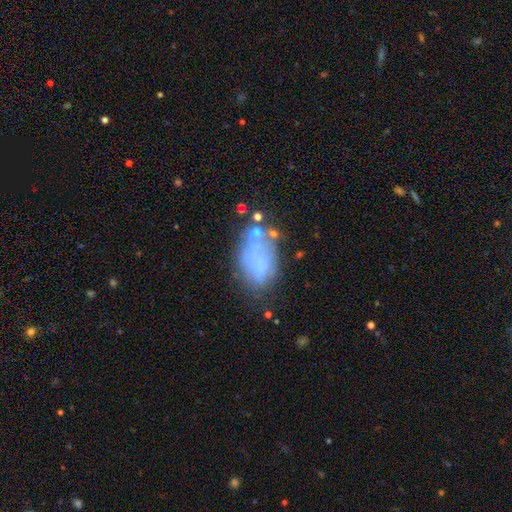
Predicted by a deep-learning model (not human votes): A smooth galaxy with no disk features (54%) that is in between round and cigar-shaped (89%). Merging: none (45%).